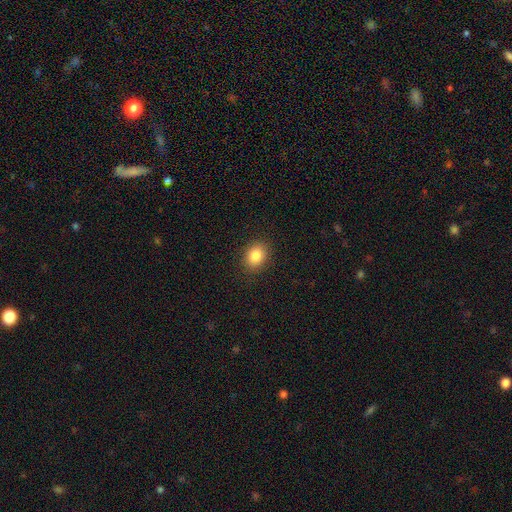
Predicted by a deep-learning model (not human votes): Smooth or featured? Predicted: smooth (p=0.85). How rounded? Predicted: in between (p=0.54). Merging? Predicted: none (p=0.88).